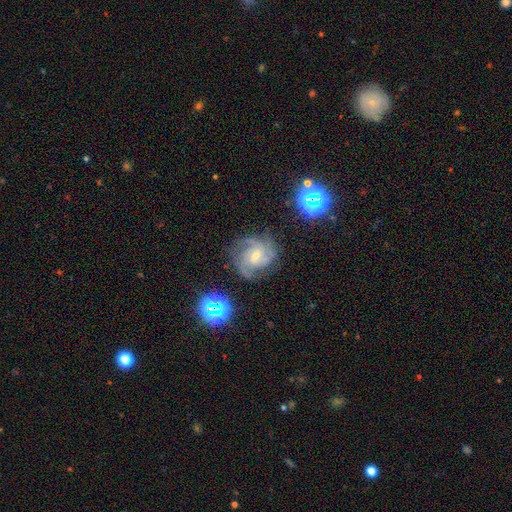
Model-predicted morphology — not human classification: The model was most divided on "spiral winding": medium: 46%, tight: 43%, loose: 11%. Remaining: edge-on disk — no (98%); spiral arms — yes (97%); smooth or featured — featured or disk (82%); merging — none (70%); bulge size — small (60%); bar — no (48%); spiral arm count — 3 (43%).